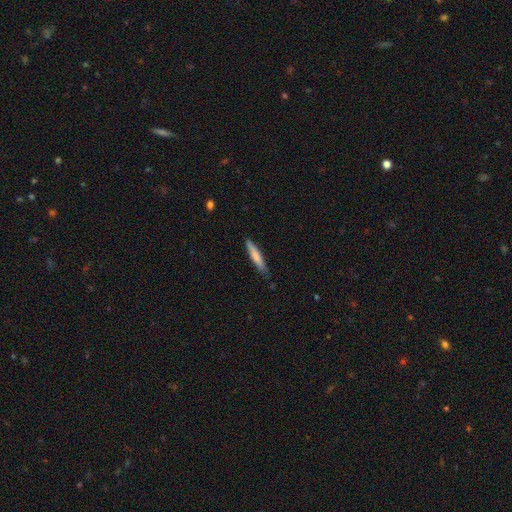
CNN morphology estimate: Smooth or featured? Predicted: smooth (p=0.73). How rounded? Predicted: cigar-shaped (p=0.91). Merging? Predicted: none (p=0.80).